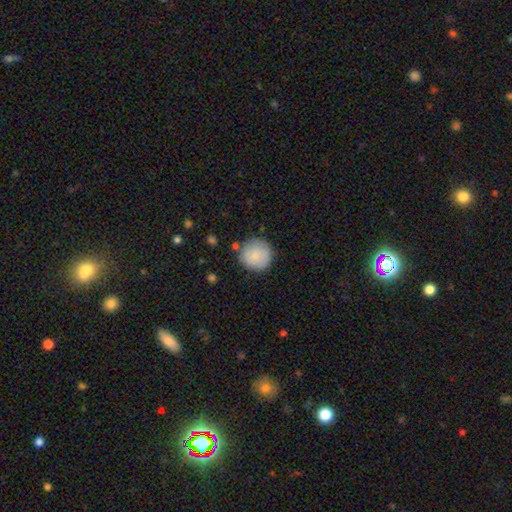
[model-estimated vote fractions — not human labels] This is clearly a smooth galaxy (85%). How rounded: clearly round (95%). Merging: clearly none (82%).